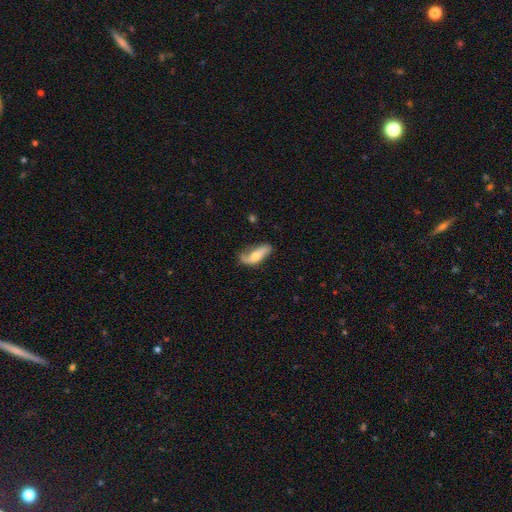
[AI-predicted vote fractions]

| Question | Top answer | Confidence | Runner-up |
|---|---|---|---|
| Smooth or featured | featured or disk | 49% | smooth (44%) |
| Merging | none | 51% | minor disturbance (30%) |